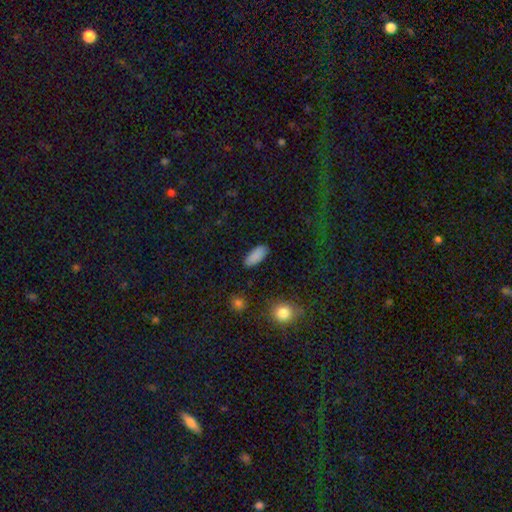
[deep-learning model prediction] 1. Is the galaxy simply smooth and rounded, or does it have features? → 88% smooth, 8% star or artifact, 4% featured or disk.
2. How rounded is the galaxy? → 85% in between, 12% cigar-shaped, 2% round.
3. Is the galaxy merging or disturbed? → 87% none, 9% minor disturbance, 2% major disturbance, 1% merger.